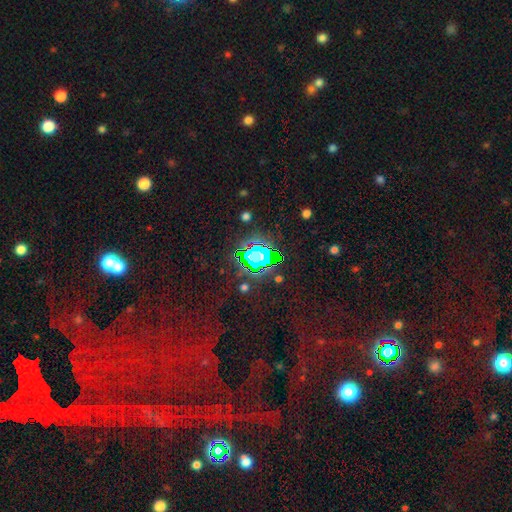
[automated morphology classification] This appears to be a star or artifact, not a galaxy (71%).